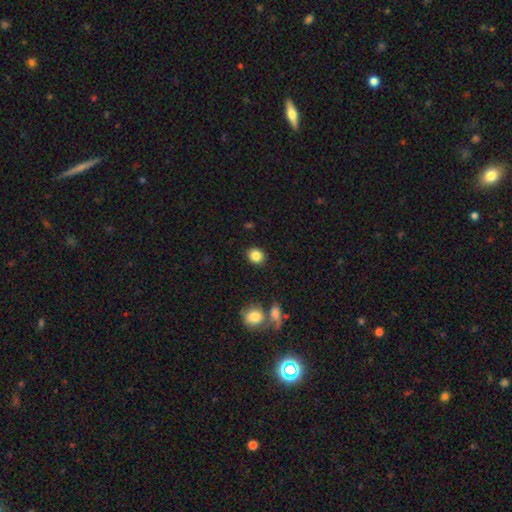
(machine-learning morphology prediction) Overall: smooth (85%). How rounded: round (78%). Merging: none (89%).